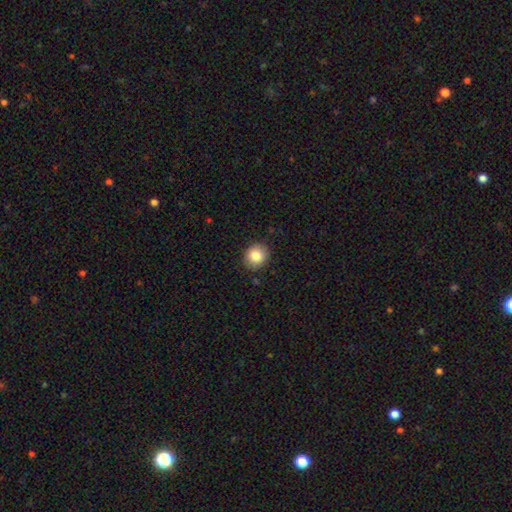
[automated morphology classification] Smooth or featured? smooth (85%)
How rounded? round (73%)
Merging? none (87%)